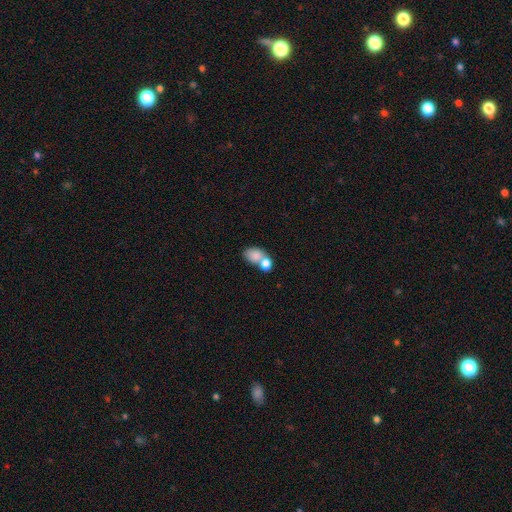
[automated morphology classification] smooth_or_featured: smooth (p=0.80) [alt: featured or disk p=0.11]
how_rounded: in between (p=0.73) [alt: round p=0.26]
merging: merger (p=0.58) [alt: none p=0.27]